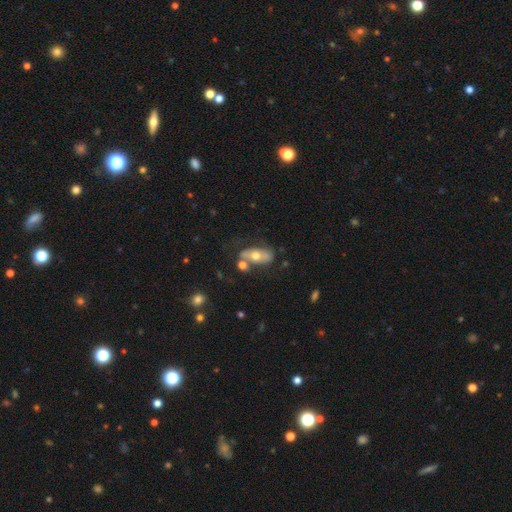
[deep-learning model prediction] This is possibly a smooth galaxy (50%). Merging: possibly none (55%).